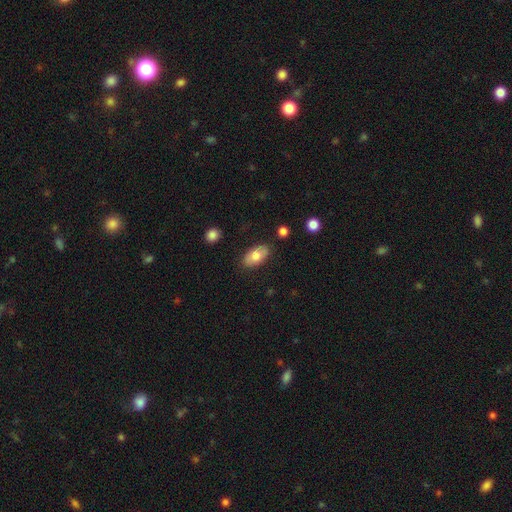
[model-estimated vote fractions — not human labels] Smooth or featured?
  - smooth: 73% *
  - featured or disk: 20%
  - star or artifact: 7%
How rounded?
  - in between: 93% *
  - round: 5%
  - cigar-shaped: 3%
Merging?
  - none: 81% *
  - minor disturbance: 13%
  - major disturbance: 3%
  - merger: 2%